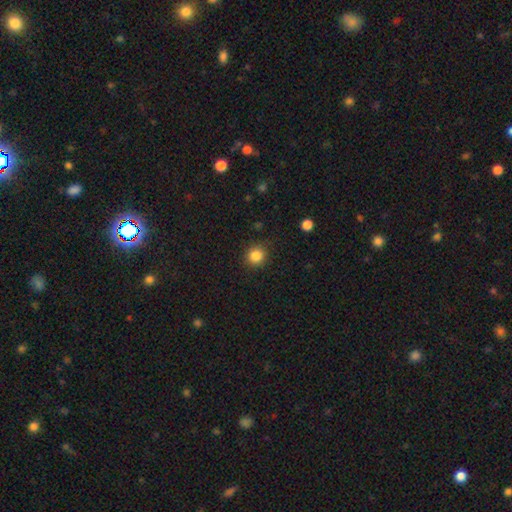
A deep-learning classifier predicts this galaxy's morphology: Smooth or featured?
  - smooth: 85% *
  - star or artifact: 11%
  - featured or disk: 4%
How rounded?
  - round: 91% *
  - in between: 8%
  - cigar-shaped: 1%
Merging?
  - none: 89% *
  - minor disturbance: 8%
  - major disturbance: 3%
  - merger: 1%